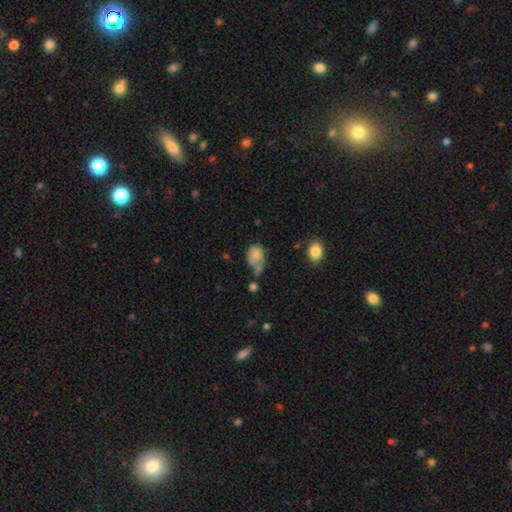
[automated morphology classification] This appears to be a smooth galaxy with no disk features (76%) that is in between round and cigar-shaped (64%). Merging: none (29%).